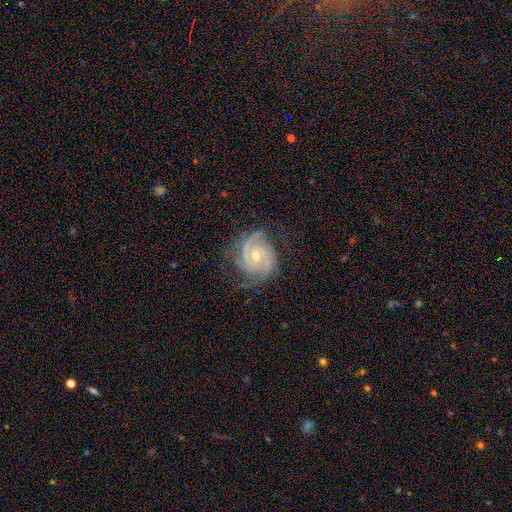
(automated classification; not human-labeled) This is clearly a featured or disk galaxy (87%). It is clearly not viewed edge-on (98%). Bar: likely no (67%). Spiral arm pattern: clearly yes (97%). Spiral arm count: marginally 2 (45%). Spiral winding: likely tight (63%). Central bulge: possibly moderate (50%). Merging: likely none (71%).